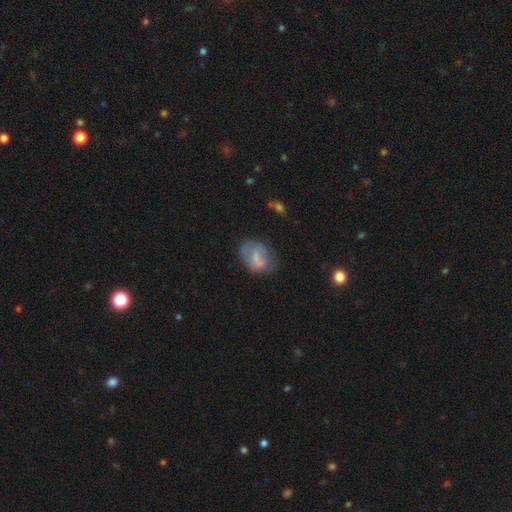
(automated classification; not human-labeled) Morphology: type=smooth (60%); roundness=in between (70%); merging=none (49%).